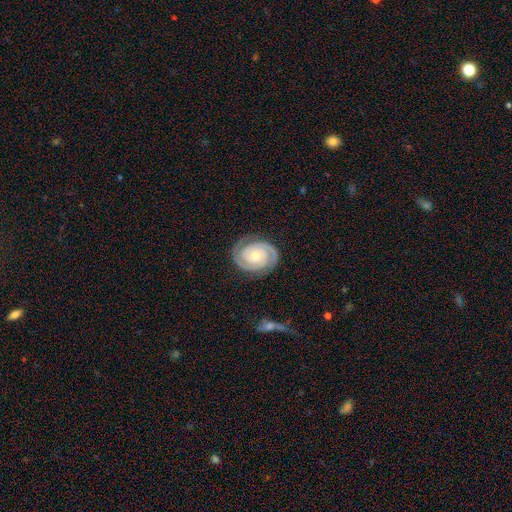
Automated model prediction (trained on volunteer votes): featured or disk 90%, smooth 5%, star or artifact 4%. Down the decision tree: edge-on disk — no (98%); bar — no (76%); spiral arms — yes (98%); spiral arm count — 2 (90%); spiral winding — tight (75%); bulge size — small (51%); merging — none (83%).